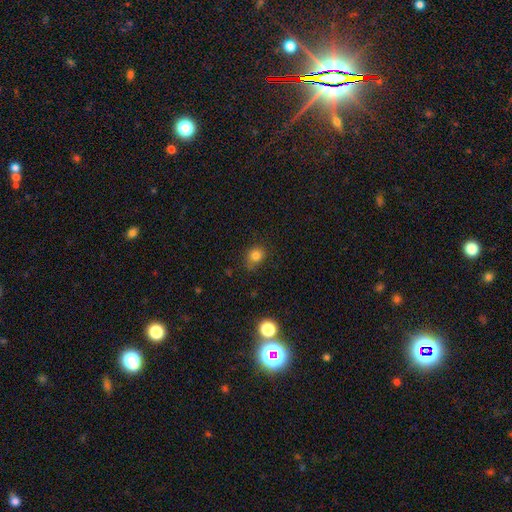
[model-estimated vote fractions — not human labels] Smooth or featured: smooth — 81% (star or artifact — 14%)
How rounded: round — 71% (in between — 28%)
Merging: none — 73% (minor disturbance — 20%)